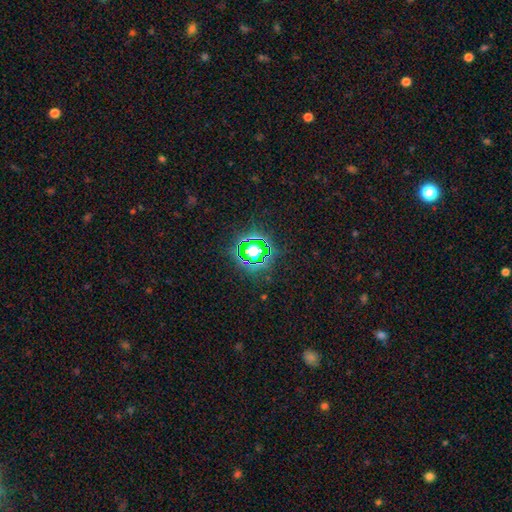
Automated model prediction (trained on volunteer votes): Smooth or featured? star or artifact (68%)